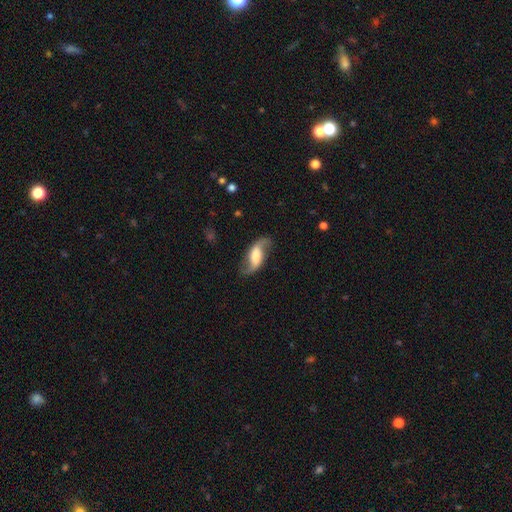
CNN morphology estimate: smooth-or-featured: featured or disk: 76% | smooth: 17% | star or artifact: 6%
  disk-edge-on: no: 93% | yes: 7%
    bar: weak: 38% | no: 35% | strong: 26%
    has-spiral-arms: yes: 93% | no: 7%
      spiral-winding: loose: 75% | medium: 20% | tight: 5%
      spiral-arm-count: 2: 92% | 1: 2% | can't tell: 2% | 3: 1% | 4: 1% | more than 4: 1%
    bulge-size: large: 37% | moderate: 26% | small: 15% | none: 14% | dominant: 8%
  merging: none: 76% | minor disturbance: 15% | major disturbance: 7% | merger: 2%